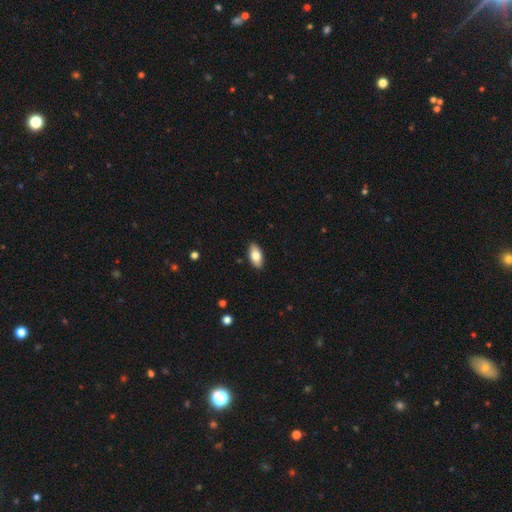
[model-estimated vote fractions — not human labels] A smooth galaxy with no disk features (79%) that is in between round and cigar-shaped (91%).

Vote fractions:
- Smooth or featured? smooth: 79% / featured or disk: 15% / star or artifact: 6%
- How rounded? in between: 91% / cigar-shaped: 6% / round: 3%
- Merging? none: 89% / minor disturbance: 8% / major disturbance: 2% / merger: 1%